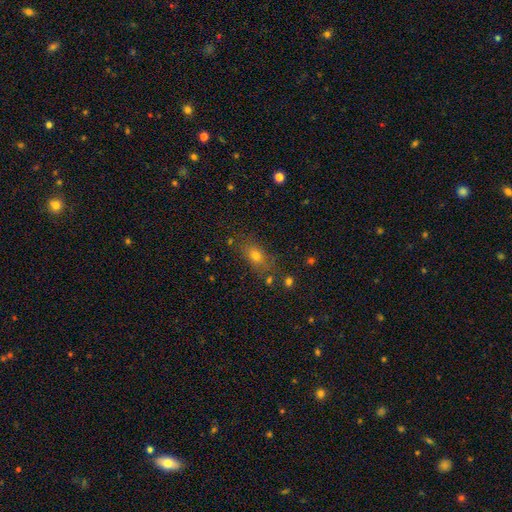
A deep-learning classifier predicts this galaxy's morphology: smooth 67%, star or artifact 18%, featured or disk 15%. Down the decision tree: how rounded — in between (70%); merging — none (74%).